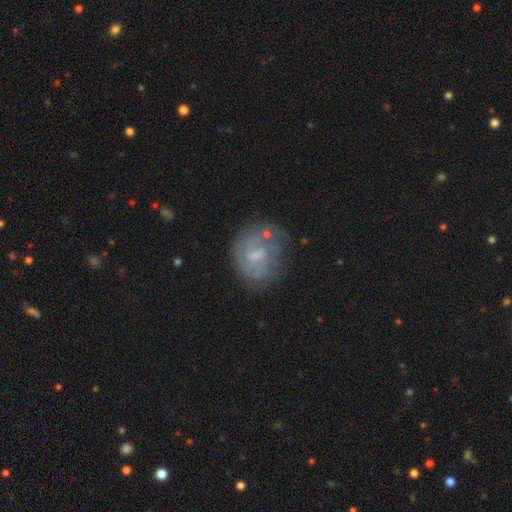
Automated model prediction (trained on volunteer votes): A featured or disk galaxy (64%) with a weak bar (51%), spiral arms (64%) and a small central bulge (37%). Merging: none (57%).